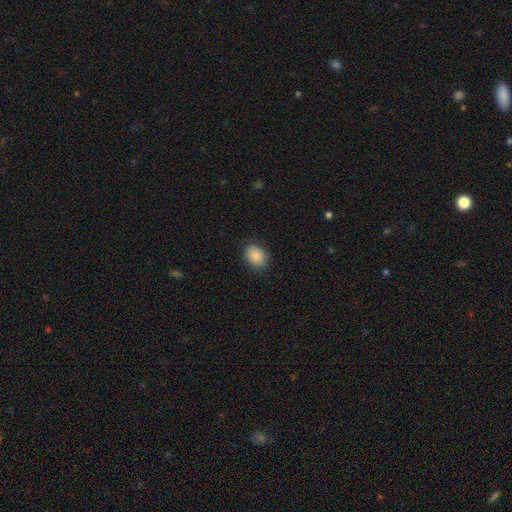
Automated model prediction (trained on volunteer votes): The model was most divided on "how rounded": in between: 70%, round: 29%, cigar-shaped: 1%. More confident: smooth or featured — smooth (88%); merging — none (84%).